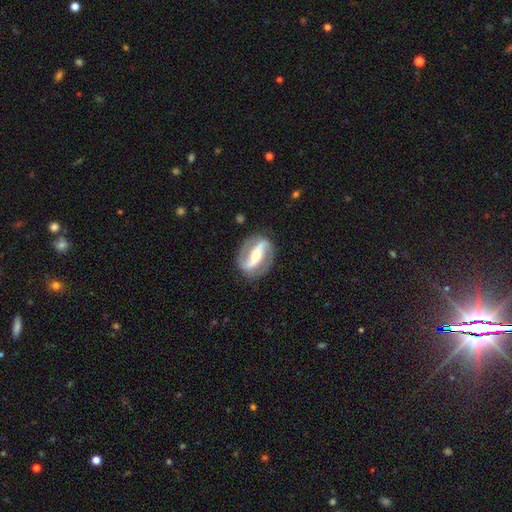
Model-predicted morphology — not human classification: Overall: featured or disk (86%). Edge-on disk: no (93%). Bar: strong (71%). Spiral arms: yes (90%). Spiral arm count: 2 (92%). Spiral winding: medium (42%; loose 33%). Bulge size: moderate (55%; small 33%). Merging: none (84%).